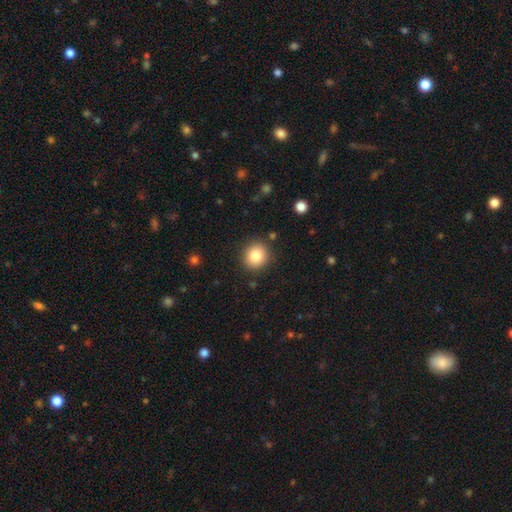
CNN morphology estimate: Smooth or featured: smooth — 84% (star or artifact — 10%)
How rounded: round — 85% (in between — 14%)
Merging: none — 88% (minor disturbance — 8%)